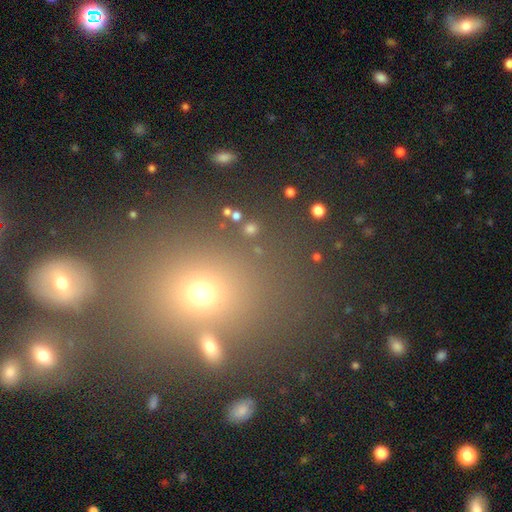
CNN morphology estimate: smooth_or_featured: smooth (p=0.54) [alt: star or artifact p=0.35]
how_rounded: round (p=0.70) [alt: in between p=0.29]
merging: none (p=0.73) [alt: merger p=0.12]